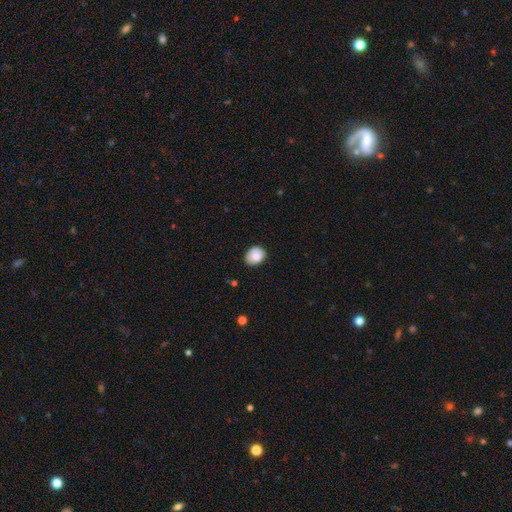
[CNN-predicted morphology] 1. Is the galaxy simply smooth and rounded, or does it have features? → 84% smooth, 8% featured or disk, 8% star or artifact.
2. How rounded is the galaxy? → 54% in between, 45% round, 1% cigar-shaped.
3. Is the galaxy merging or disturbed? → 76% none, 19% minor disturbance, 3% major disturbance, 1% merger.